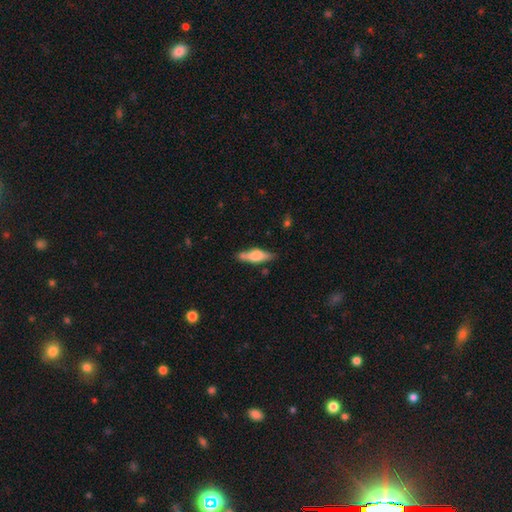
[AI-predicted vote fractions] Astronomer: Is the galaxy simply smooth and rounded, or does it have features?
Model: smooth — 54% (runner-up: featured or disk, 40%).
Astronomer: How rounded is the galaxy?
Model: cigar-shaped — 54% (runner-up: in between, 44%).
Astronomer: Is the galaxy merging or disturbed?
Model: none — 74%.